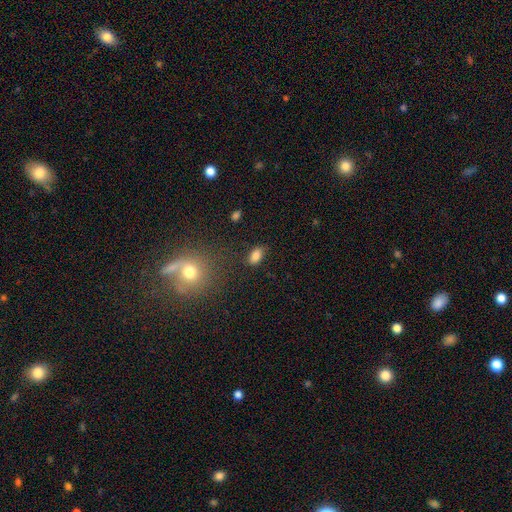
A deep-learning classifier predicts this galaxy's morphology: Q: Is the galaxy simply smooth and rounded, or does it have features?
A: smooth — 84%.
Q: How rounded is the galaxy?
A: in between — 89%.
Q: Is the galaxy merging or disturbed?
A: none — 80%.